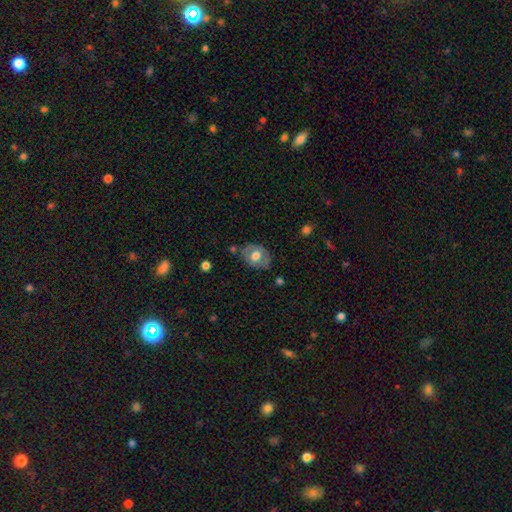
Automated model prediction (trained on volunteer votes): Smooth or featured? smooth (55%)
How rounded? in between (65%)
Merging? none (68%)